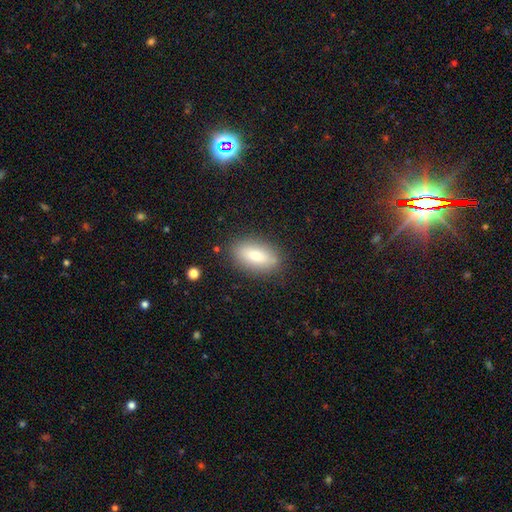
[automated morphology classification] A smooth galaxy with no disk features (78%) that is in between round and cigar-shaped (86%).

Vote fractions:
- Smooth or featured? smooth: 78% / featured or disk: 14% / star or artifact: 7%
- How rounded? in between: 86% / cigar-shaped: 10% / round: 4%
- Merging? none: 82% / minor disturbance: 12% / major disturbance: 4% / merger: 2%